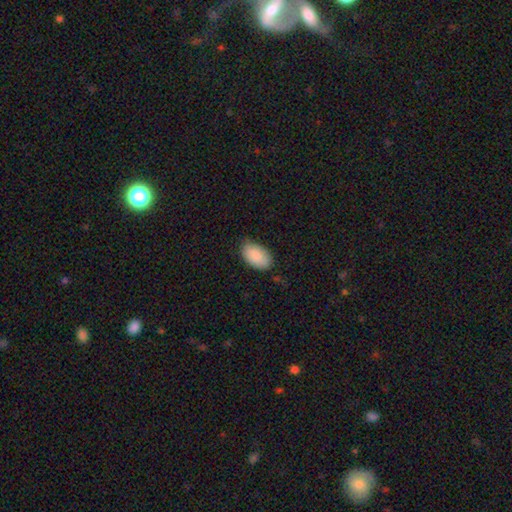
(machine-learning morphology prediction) Smooth or featured: smooth — 88% (star or artifact — 6%)
How rounded: in between — 94% (round — 4%)
Merging: none — 78% (minor disturbance — 18%)